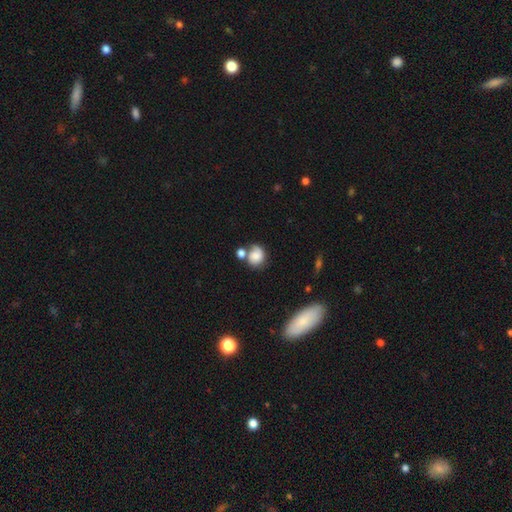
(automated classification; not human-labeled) Smooth or featured: smooth — 69% (featured or disk — 21%)
How rounded: round — 70% (in between — 29%)
Merging: none — 41% (merger — 33%)